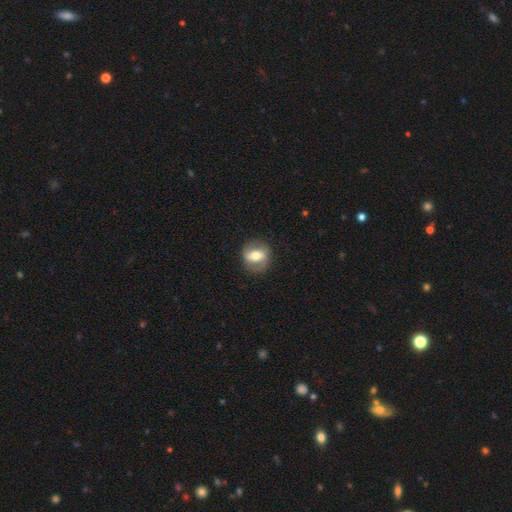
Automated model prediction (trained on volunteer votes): The model was most divided on "smooth or featured": featured or disk: 50%, smooth: 43%, star or artifact: 7%. More confident: merging — none (82%).